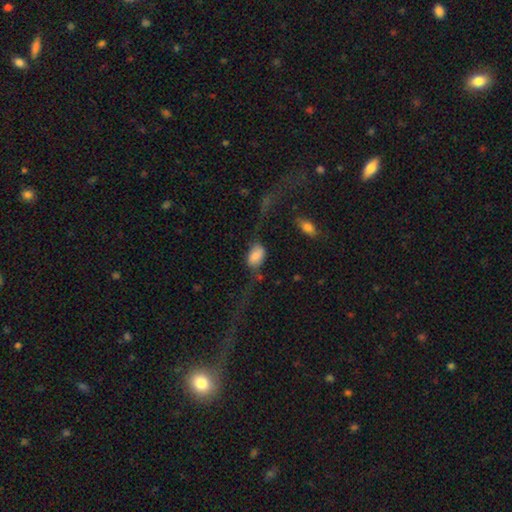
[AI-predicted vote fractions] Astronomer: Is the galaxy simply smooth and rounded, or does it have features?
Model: smooth — 73%.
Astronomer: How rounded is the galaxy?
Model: in between — 88%.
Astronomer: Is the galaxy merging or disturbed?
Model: none — 40% (runner-up: major disturbance, 32%).